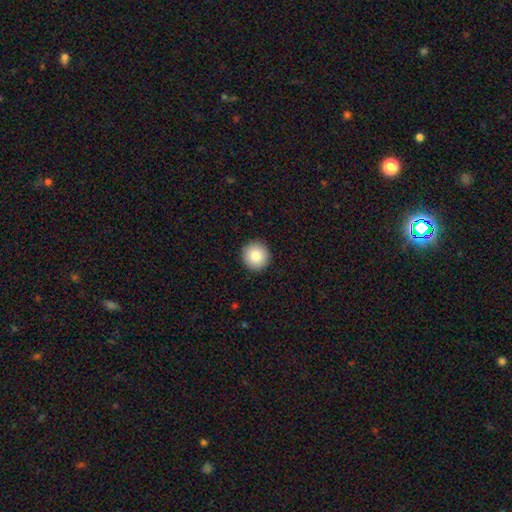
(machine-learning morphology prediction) type=smooth (86%); roundness=round (96%); merging=none (93%).